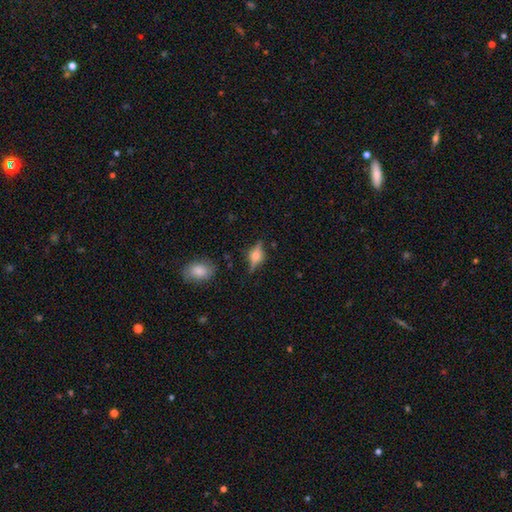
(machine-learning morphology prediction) A featured or disk galaxy (61%) viewed edge-on (92%) with a rounded central bulge (90%). Merging: none (76%).